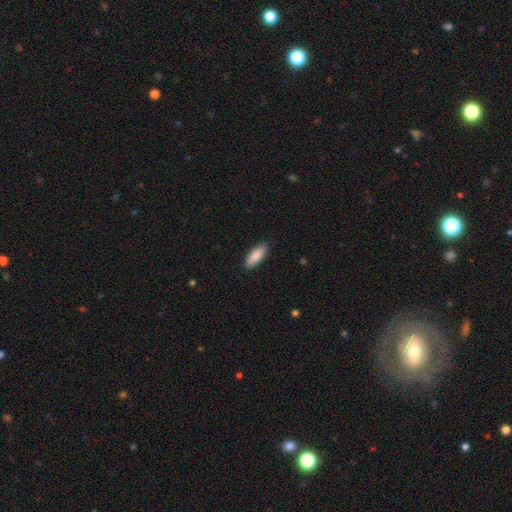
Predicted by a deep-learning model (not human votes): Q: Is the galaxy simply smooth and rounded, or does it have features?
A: smooth — 88%.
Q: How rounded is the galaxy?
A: in between — 78%.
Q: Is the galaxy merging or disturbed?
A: none — 88%.